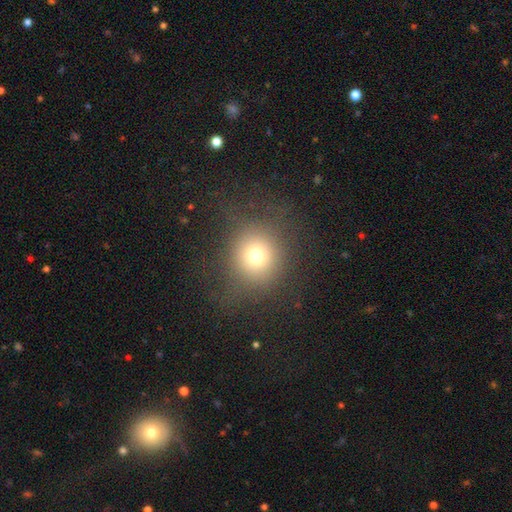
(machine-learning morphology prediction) The model was most divided on "smooth or featured": smooth: 70%, star or artifact: 17%, featured or disk: 12%. More confident: how rounded — round (88%); merging — none (76%).